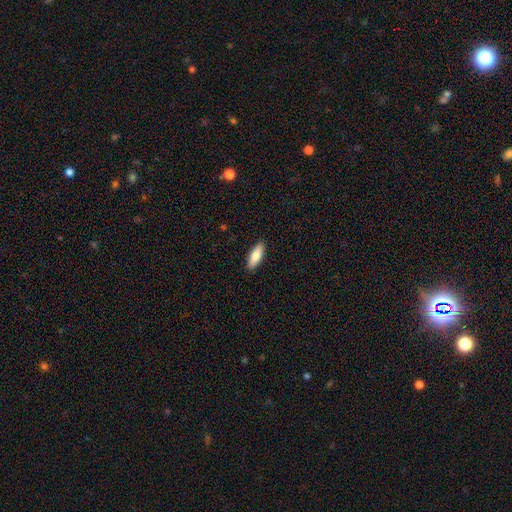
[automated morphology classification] smooth_or_featured: smooth (p=0.82) [alt: featured or disk p=0.13]
how_rounded: in between (p=0.61) [alt: cigar-shaped p=0.37]
merging: none (p=0.90) [alt: minor disturbance p=0.07]